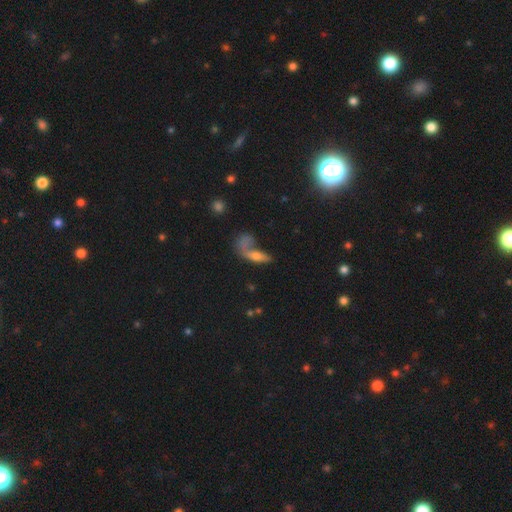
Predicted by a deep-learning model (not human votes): This appears to be a smooth galaxy with no disk features (57%) that is in between round and cigar-shaped (57%). Merging: major disturbance (30%, tied with merger).